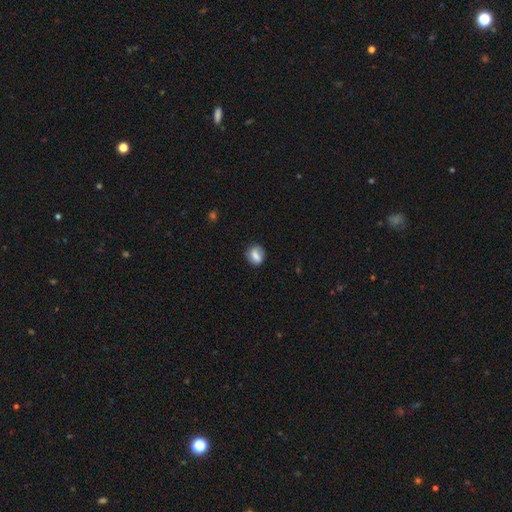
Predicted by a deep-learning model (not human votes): Q: Smooth or featured?
A: smooth (71%); runner-up: featured or disk (20%)
Q: How rounded?
A: round (53%); runner-up: in between (45%)
Q: Merging?
A: none (75%); runner-up: minor disturbance (18%)